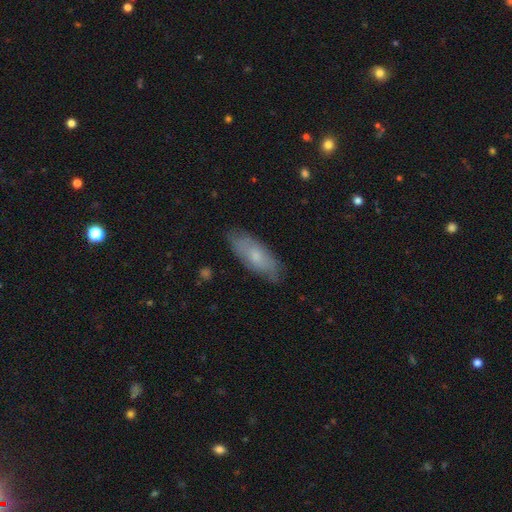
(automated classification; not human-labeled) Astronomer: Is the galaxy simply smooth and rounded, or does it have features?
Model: smooth — 60%.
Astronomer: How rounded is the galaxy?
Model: in between — 73%.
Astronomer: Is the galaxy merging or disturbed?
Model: none — 77%.